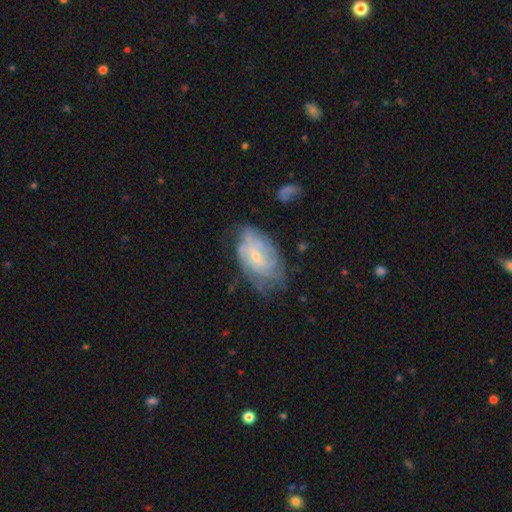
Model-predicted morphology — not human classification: The model was most divided on "bar": no: 56%, weak: 38%, strong: 6%. More confident: edge-on disk — no (96%); spiral arms — yes (86%); smooth or featured — featured or disk (73%); bulge size — small (72%); merging — none (61%); spiral winding — tight (59%); spiral arm count — can't tell (51%).